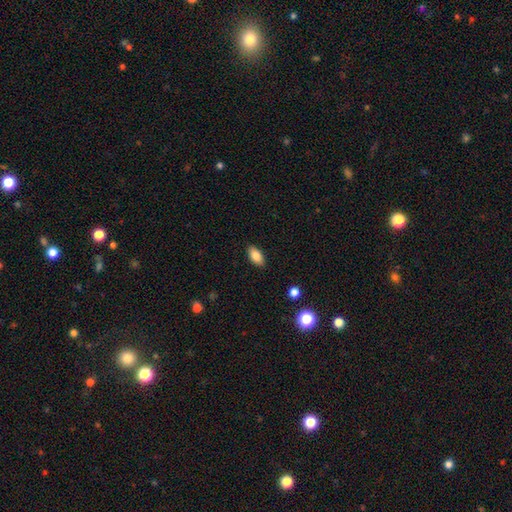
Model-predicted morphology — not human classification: Smooth or featured? smooth (84%)
How rounded? in between (90%)
Merging? none (88%)